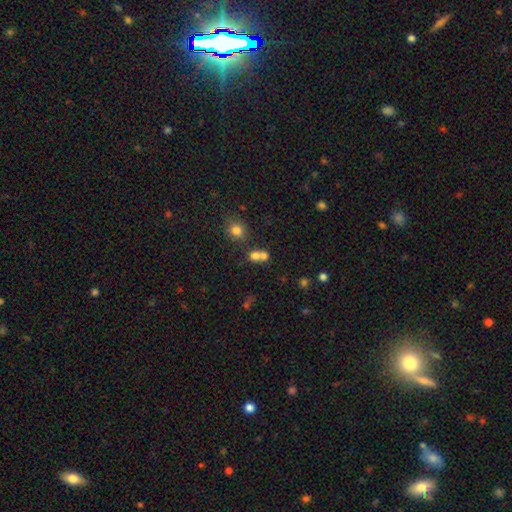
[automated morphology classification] smooth 72%, star or artifact 15%, featured or disk 13%. Down the decision tree: how rounded — round (68%); merging — merger (54%).